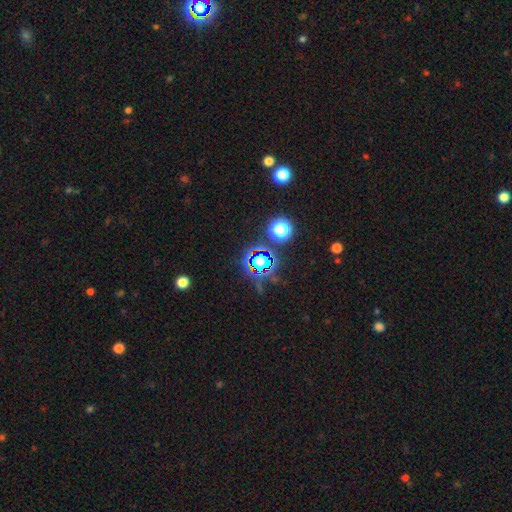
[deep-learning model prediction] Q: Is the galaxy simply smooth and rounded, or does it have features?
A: star or artifact — 66%.